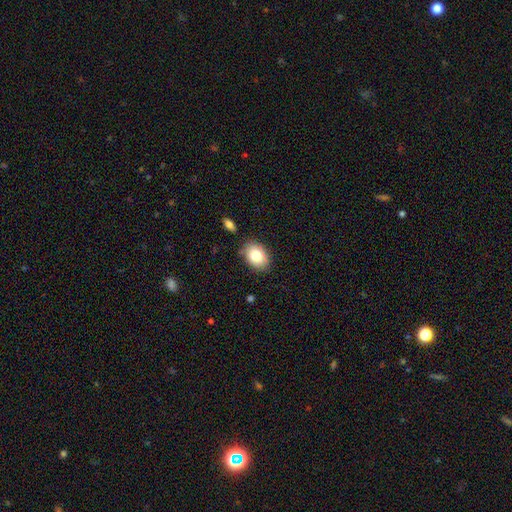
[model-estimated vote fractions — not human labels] This appears to be a smooth galaxy with no disk features (80%) that is in between round and cigar-shaped (74%). Merging: none (82%).